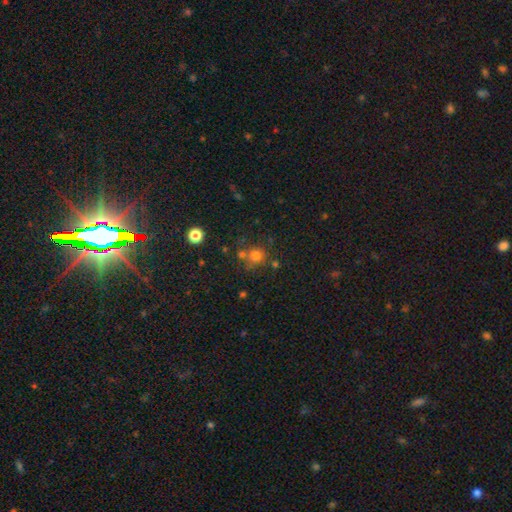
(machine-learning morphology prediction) Smooth or featured? smooth (70%)
How rounded? round (87%)
Merging? none (62%)